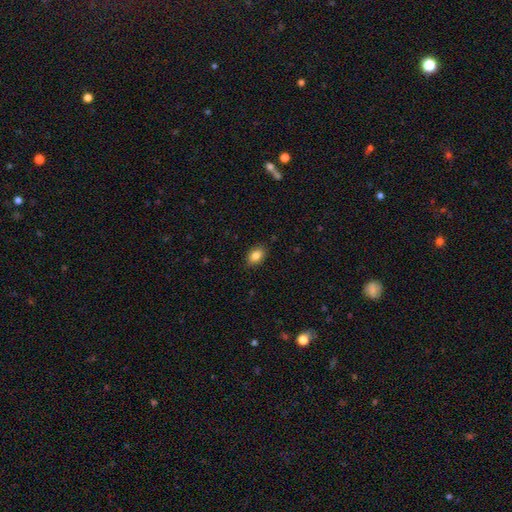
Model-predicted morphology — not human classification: This appears to be a smooth galaxy with no disk features (85%) that is in between round and cigar-shaped (81%). Merging: none (86%).